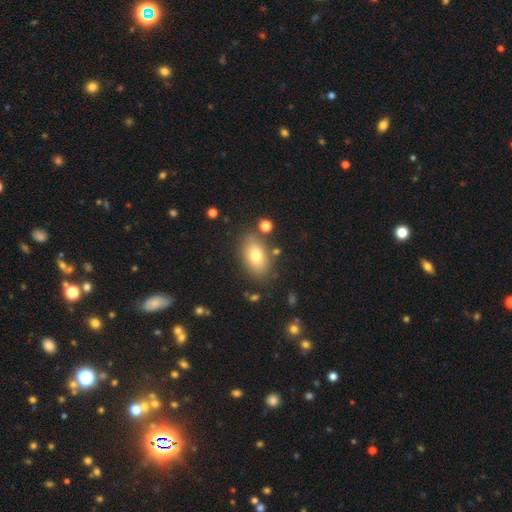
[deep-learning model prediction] smooth-or-featured: smooth: 74% | featured or disk: 16% | star or artifact: 9%
  how-rounded: in between: 88% | round: 9% | cigar-shaped: 2%
  merging: none: 80% | minor disturbance: 12% | merger: 5% | major disturbance: 4%